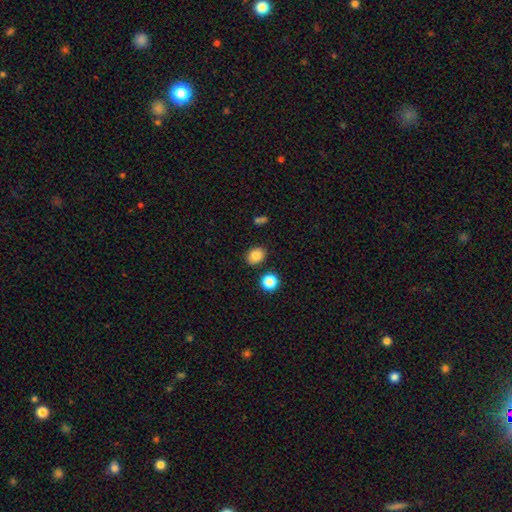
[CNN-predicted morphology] smooth-or-featured: smooth: 84% | star or artifact: 10% | featured or disk: 6%
  how-rounded: in between: 51% | round: 48% | cigar-shaped: 1%
  merging: none: 85% | minor disturbance: 9% | merger: 4% | major disturbance: 2%